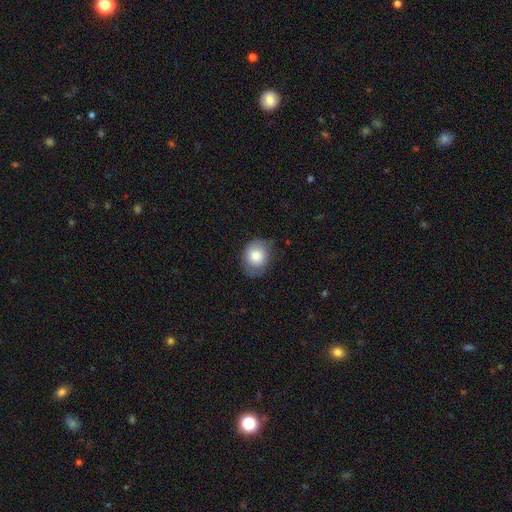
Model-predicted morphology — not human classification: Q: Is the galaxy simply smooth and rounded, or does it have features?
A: smooth — 79%.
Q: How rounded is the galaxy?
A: round — 50%.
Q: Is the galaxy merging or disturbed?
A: none — 64%.